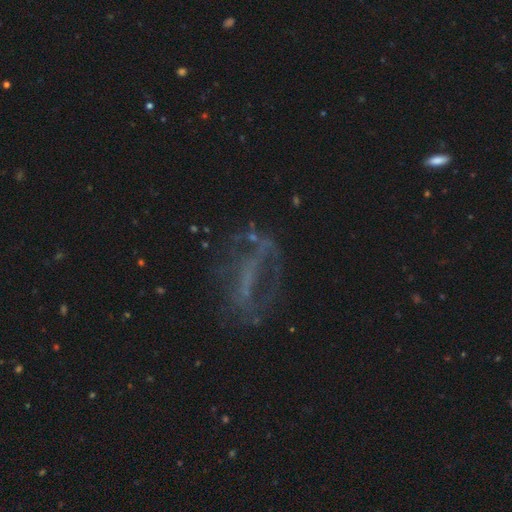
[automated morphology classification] Q: Smooth or featured?
A: featured or disk (60%); runner-up: star or artifact (22%)
Q: Edge-on disk?
A: no (88%); runner-up: yes (12%)
Q: Bar?
A: no (41%); runner-up: strong (35%)
Q: Spiral arms?
A: no (64%); runner-up: yes (36%)
Q: Bulge size?
A: none (71%); runner-up: small (17%)
Q: Merging?
A: none (48%); runner-up: major disturbance (30%)